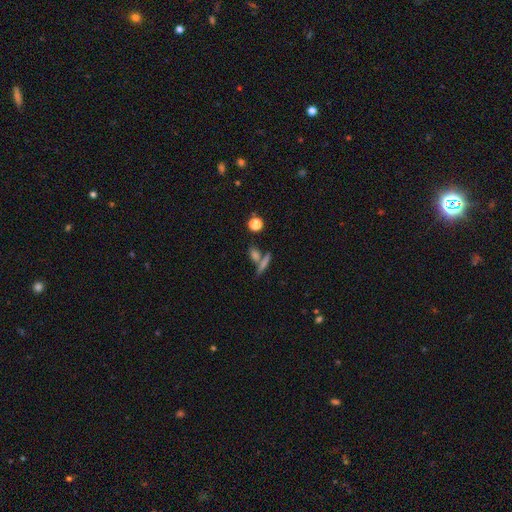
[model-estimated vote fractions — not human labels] A smooth galaxy with no disk features (58%) that is cigar-shaped (42%).

Vote fractions:
- Smooth or featured? smooth: 58% / featured or disk: 23% / star or artifact: 19%
- How rounded? cigar-shaped: 42% / round: 30% / in between: 27%
- Merging? none: 61% / merger: 25% / minor disturbance: 9% / major disturbance: 5%